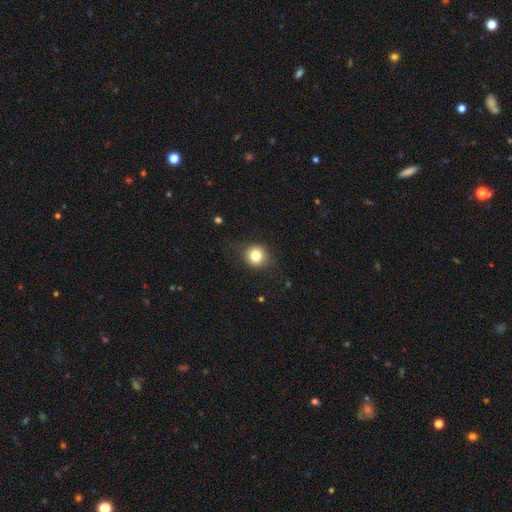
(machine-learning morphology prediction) smooth 81%, star or artifact 11%, featured or disk 8%. Down the decision tree: how rounded — round (90%); merging — none (84%).